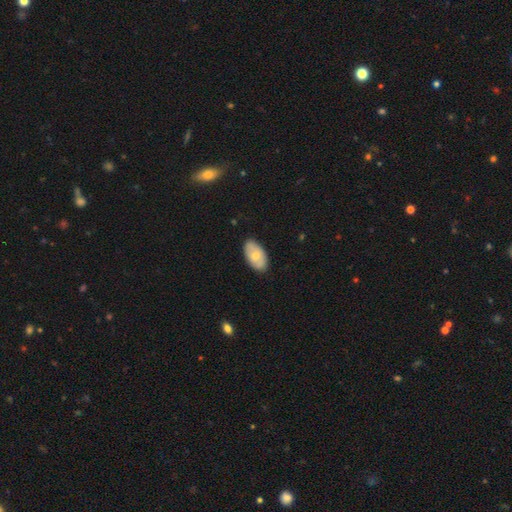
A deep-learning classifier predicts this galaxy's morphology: The model was most divided on "smooth or featured": smooth: 66%, featured or disk: 28%, star or artifact: 6%. More confident: how rounded — in between (94%); merging — none (83%).